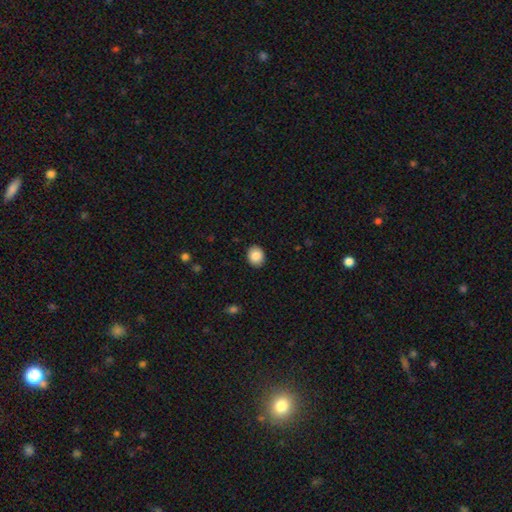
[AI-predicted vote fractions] Smooth or featured? Predicted: smooth (p=0.88). How rounded? Predicted: round (p=0.58). Merging? Predicted: none (p=0.90).